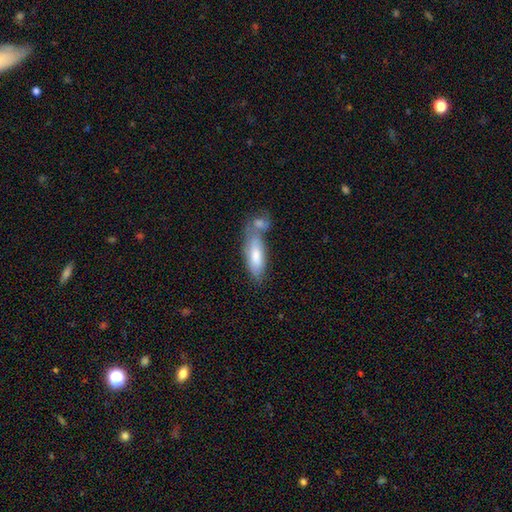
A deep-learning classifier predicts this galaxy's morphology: A smooth galaxy with no disk features (74%) that is in between round and cigar-shaped (67%).

Vote fractions:
- Smooth or featured? smooth: 74% / featured or disk: 20% / star or artifact: 6%
- How rounded? in between: 67% / cigar-shaped: 31% / round: 2%
- Merging? merger: 42% / none: 37% / minor disturbance: 15% / major disturbance: 6%